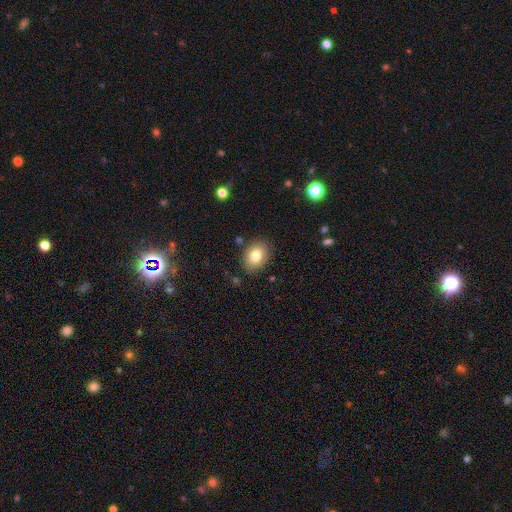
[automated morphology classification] The model was most divided on "how rounded": in between: 70%, round: 29%, cigar-shaped: 1%. More confident: merging — none (84%); smooth or featured — smooth (81%).